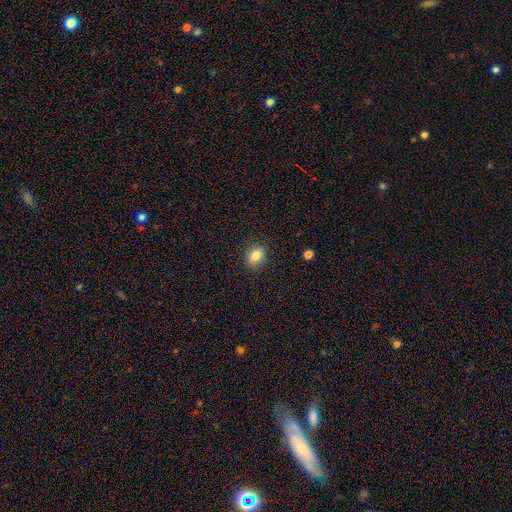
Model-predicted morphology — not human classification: A smooth galaxy with no disk features (83%) that is in between round and cigar-shaped (56%). Merging: none (88%).